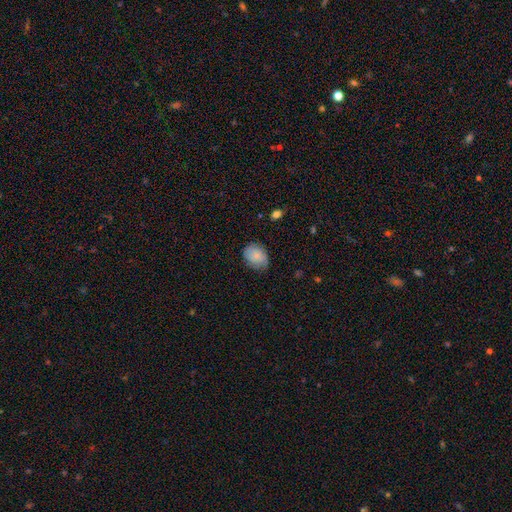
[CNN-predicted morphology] type=smooth (76%); roundness=in between (57%); merging=none (67%).